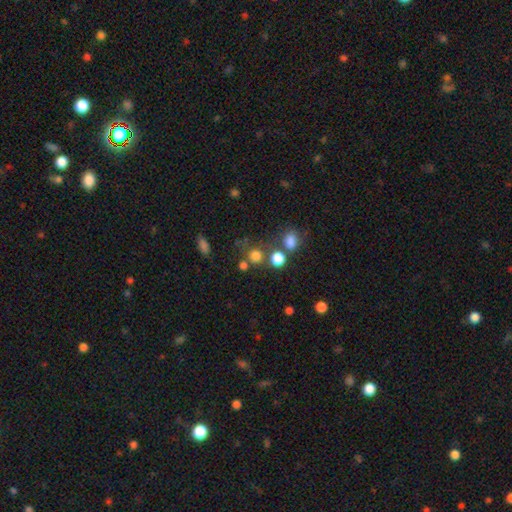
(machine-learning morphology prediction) The model was most divided on "merging": none: 64%, merger: 21%, minor disturbance: 10%, major disturbance: 6%. More confident: how rounded — round (87%); smooth or featured — smooth (76%).